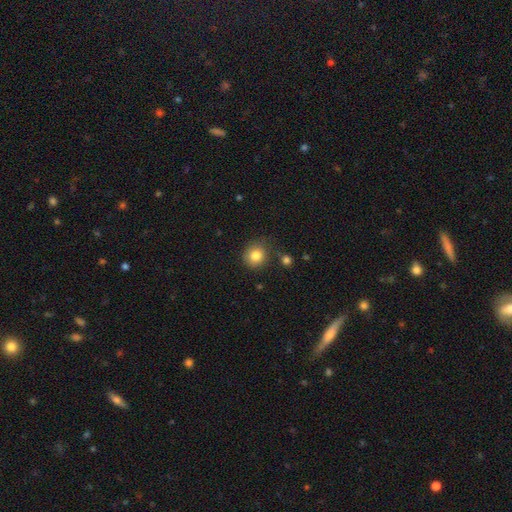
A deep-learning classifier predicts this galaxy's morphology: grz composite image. It shows a smooth galaxy with no disk features (81%) that is round (87%). Merging: none (79%).